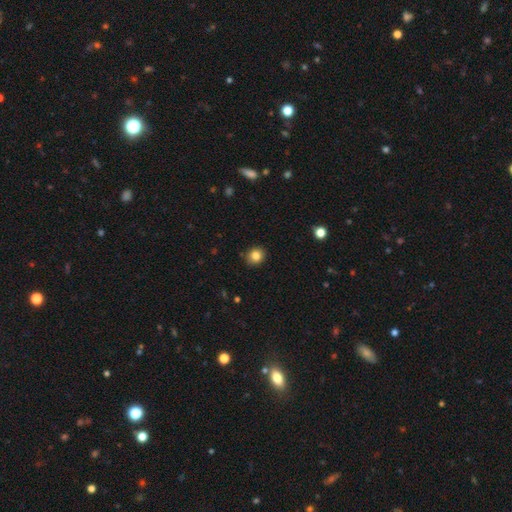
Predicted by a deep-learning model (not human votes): Smooth or featured?
  - smooth: 83% *
  - star or artifact: 11%
  - featured or disk: 6%
How rounded?
  - round: 80% *
  - in between: 19%
  - cigar-shaped: 1%
Merging?
  - none: 89% *
  - minor disturbance: 8%
  - major disturbance: 2%
  - merger: 1%